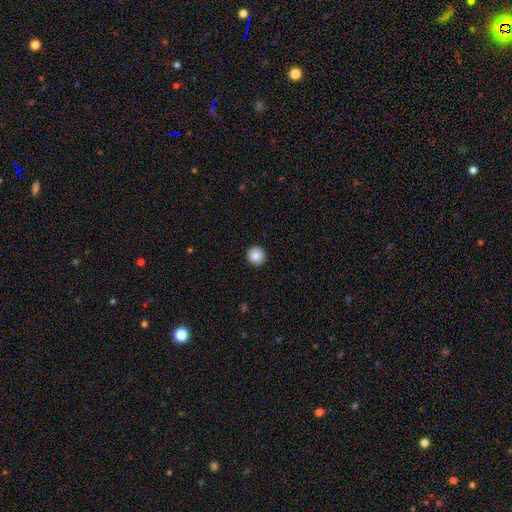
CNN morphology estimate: smooth 86%, star or artifact 9%, featured or disk 5%. Down the decision tree: how rounded — round (95%); merging — none (94%).